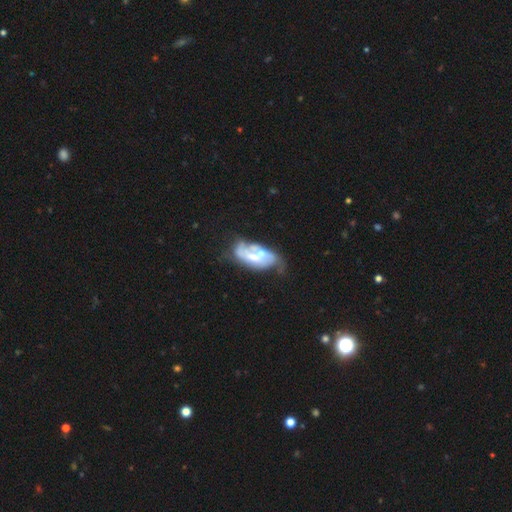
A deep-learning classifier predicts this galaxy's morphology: featured or disk 65%, smooth 28%, star or artifact 7%. Down the decision tree: edge-on disk — no (94%); bar — no (61%); spiral arms — yes (53%); bulge size — moderate (43%); merging — merger (29%).